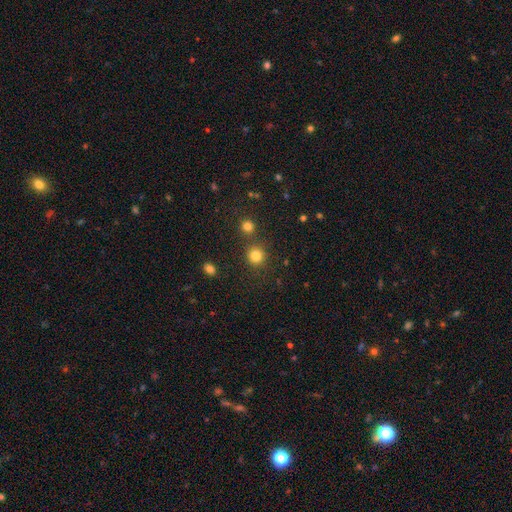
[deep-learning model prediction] This is clearly a smooth galaxy (81%). How rounded: clearly round (92%). Merging: likely none (80%).